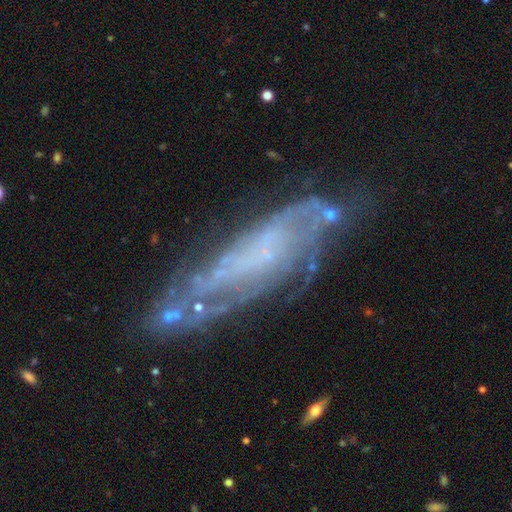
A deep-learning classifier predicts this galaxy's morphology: Smooth or featured?
  - featured or disk: 72% *
  - smooth: 18%
  - star or artifact: 10%
Edge-on disk?
  - no: 73% *
  - yes: 27%
Bar?
  - no: 66% *
  - weak: 24%
  - strong: 10%
Spiral arms?
  - yes: 74% *
  - no: 26%
Bulge size?
  - none: 59% *
  - small: 30%
  - moderate: 8%
  - large: 2%
  - dominant: 1%
Merging?
  - none: 65% *
  - minor disturbance: 20%
  - major disturbance: 11%
  - merger: 4%